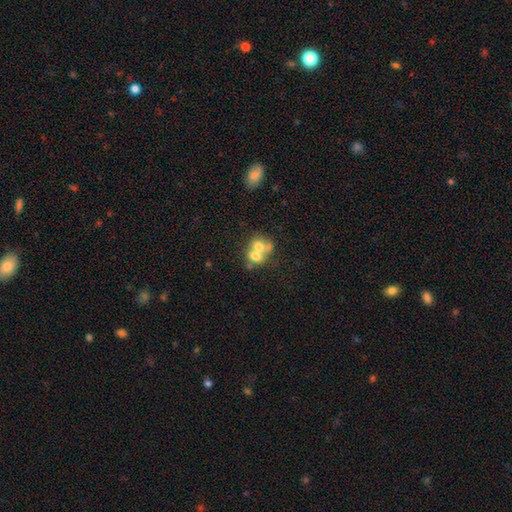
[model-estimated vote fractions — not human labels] Smooth or featured?
  - smooth: 62% *
  - featured or disk: 27%
  - star or artifact: 11%
How rounded?
  - round: 59% *
  - in between: 40%
  - cigar-shaped: 1%
Merging?
  - merger: 68% *
  - none: 23%
  - minor disturbance: 6%
  - major disturbance: 4%